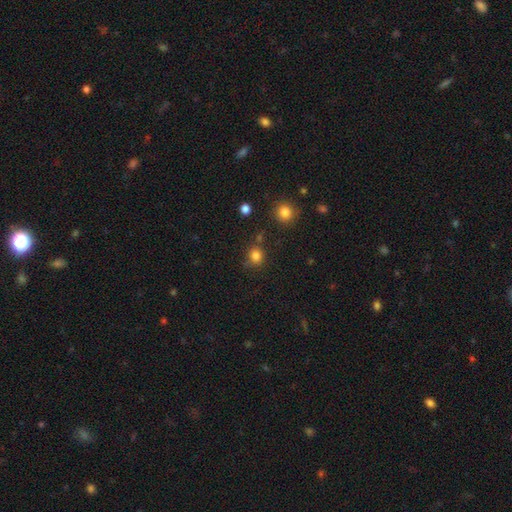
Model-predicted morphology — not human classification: smooth 82%, star or artifact 14%, featured or disk 4%. Down the decision tree: how rounded — round (84%); merging — none (77%).